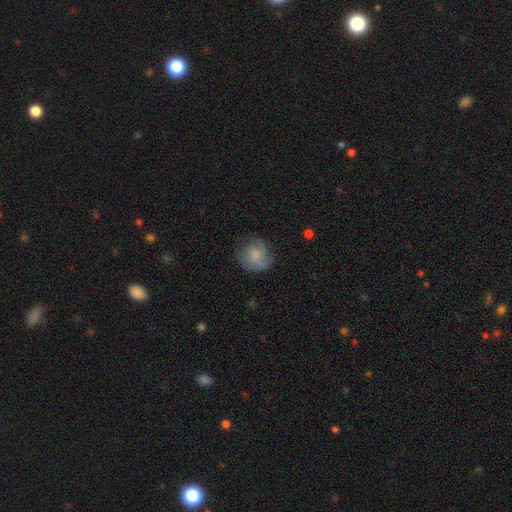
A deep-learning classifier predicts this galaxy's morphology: type=smooth (58%); roundness=round (86%); merging=none (69%).